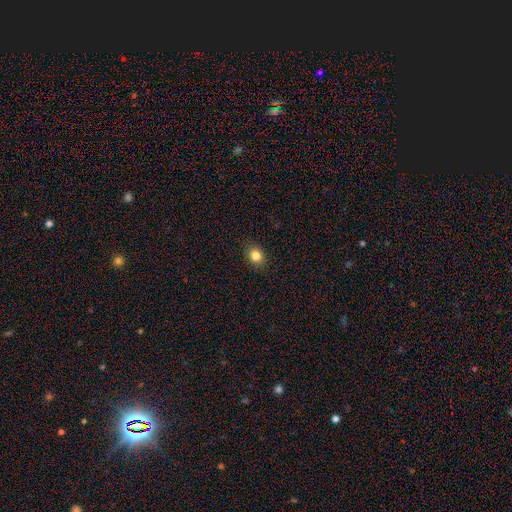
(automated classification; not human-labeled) Q: Smooth or featured?
A: smooth (82%); runner-up: star or artifact (11%)
Q: How rounded?
A: round (58%); runner-up: in between (41%)
Q: Merging?
A: none (89%); runner-up: minor disturbance (8%)